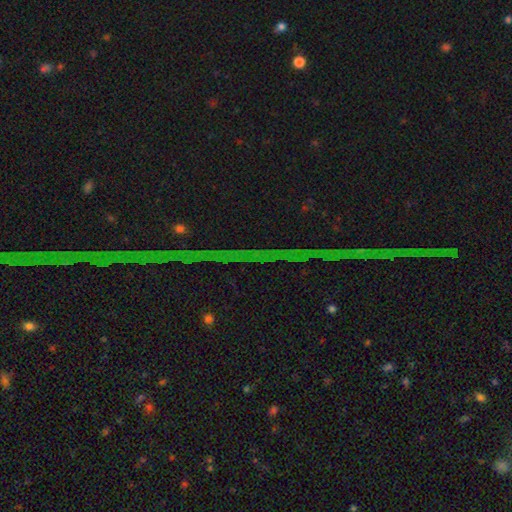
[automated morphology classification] Smooth or featured: star or artifact — 85% (featured or disk — 9%)